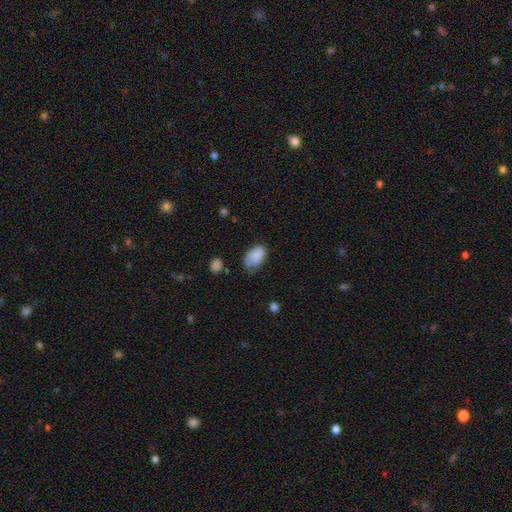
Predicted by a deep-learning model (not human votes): smooth-or-featured: smooth: 83% | featured or disk: 9% | star or artifact: 8%
  how-rounded: in between: 90% | round: 9% | cigar-shaped: 1%
  merging: none: 47% | minor disturbance: 37% | major disturbance: 13% | merger: 3%